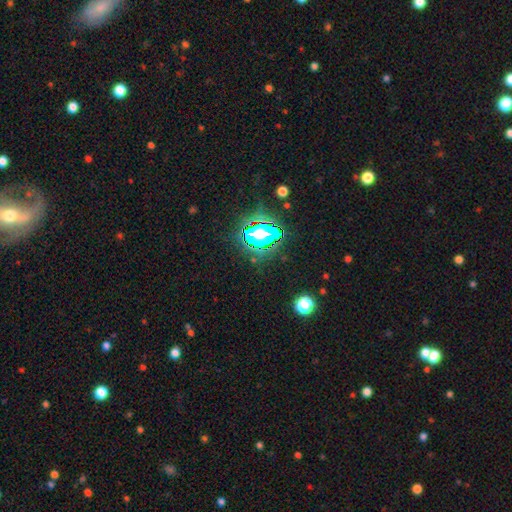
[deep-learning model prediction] Overall: star or artifact (81%).